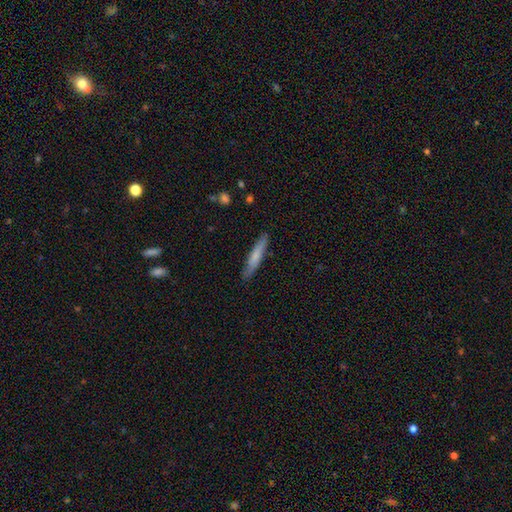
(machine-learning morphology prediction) smooth_or_featured: smooth (p=0.69) [alt: featured or disk p=0.25]
how_rounded: cigar-shaped (p=0.91) [alt: in between p=0.07]
merging: none (p=0.85) [alt: minor disturbance p=0.11]